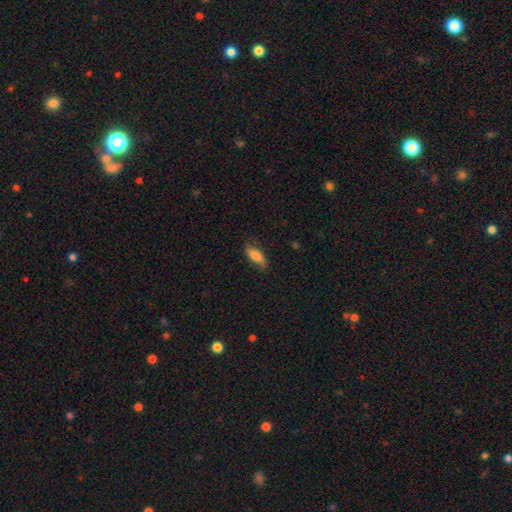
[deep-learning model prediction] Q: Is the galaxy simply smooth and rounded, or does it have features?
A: smooth — 75%.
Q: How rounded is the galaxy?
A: in between — 69%.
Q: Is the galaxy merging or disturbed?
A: none — 72%.